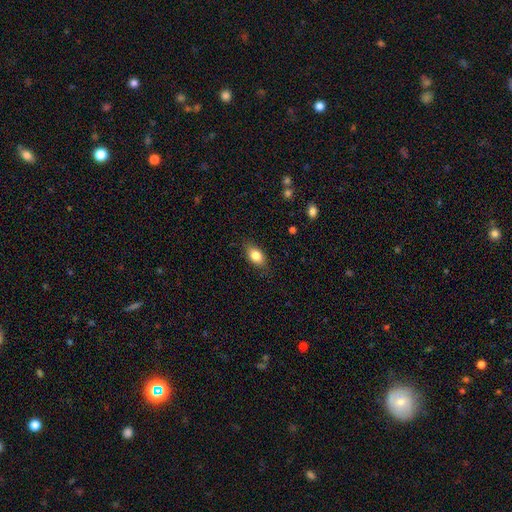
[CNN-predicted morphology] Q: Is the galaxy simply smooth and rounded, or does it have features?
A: smooth — 82%.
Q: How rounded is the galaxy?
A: in between — 84%.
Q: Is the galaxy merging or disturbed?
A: none — 82%.